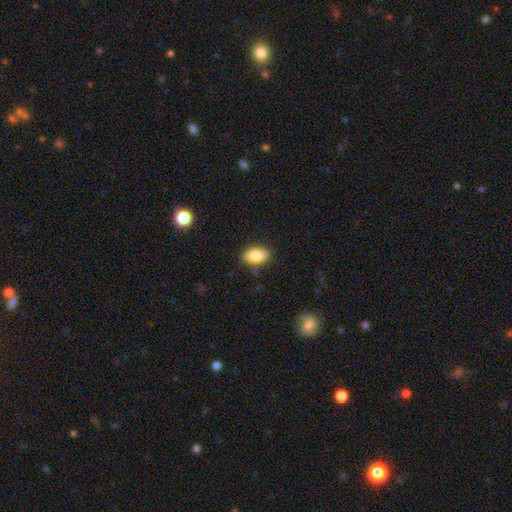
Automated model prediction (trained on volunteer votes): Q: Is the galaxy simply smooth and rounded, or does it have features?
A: smooth — 84%.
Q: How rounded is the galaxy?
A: in between — 87%.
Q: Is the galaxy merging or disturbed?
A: none — 82%.